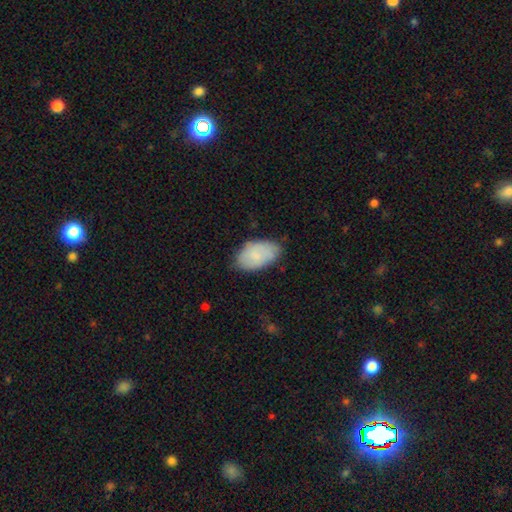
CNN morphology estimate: Q: Smooth or featured?
A: smooth (77%); runner-up: featured or disk (16%)
Q: How rounded?
A: in between (94%); runner-up: round (4%)
Q: Merging?
A: none (69%); runner-up: minor disturbance (25%)